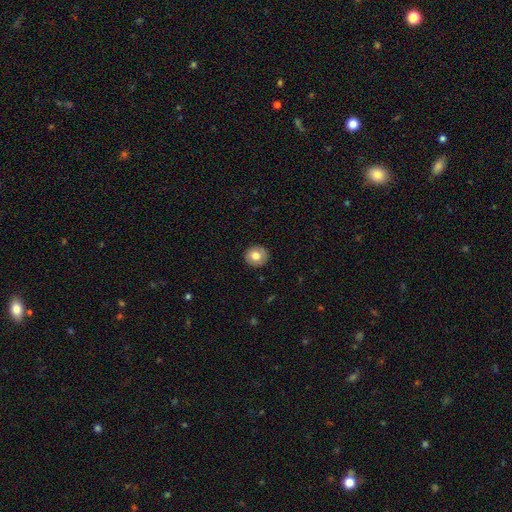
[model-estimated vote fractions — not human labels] Smooth or featured? Predicted: smooth (p=0.78). How rounded? Predicted: round (p=0.88). Merging? Predicted: none (p=0.91).